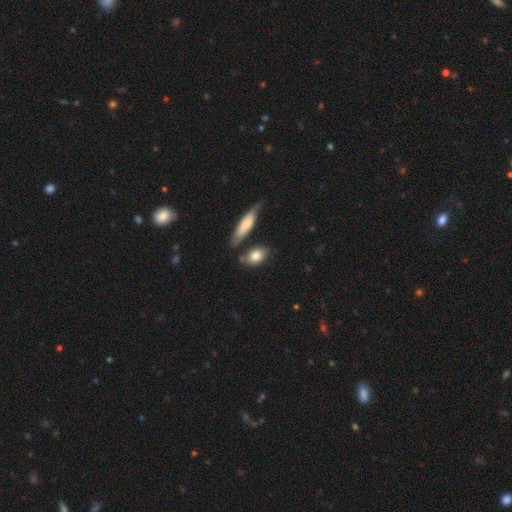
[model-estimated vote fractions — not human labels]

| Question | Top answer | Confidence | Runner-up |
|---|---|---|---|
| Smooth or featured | smooth | 79% | featured or disk (14%) |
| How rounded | in between | 72% | round (17%) |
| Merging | none | 64% | minor disturbance (18%) |